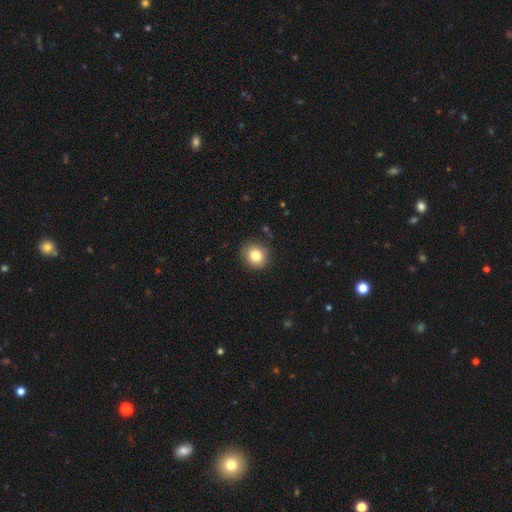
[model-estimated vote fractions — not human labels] Smooth or featured: smooth — 82% (star or artifact — 10%)
How rounded: round — 84% (in between — 15%)
Merging: none — 87% (minor disturbance — 9%)